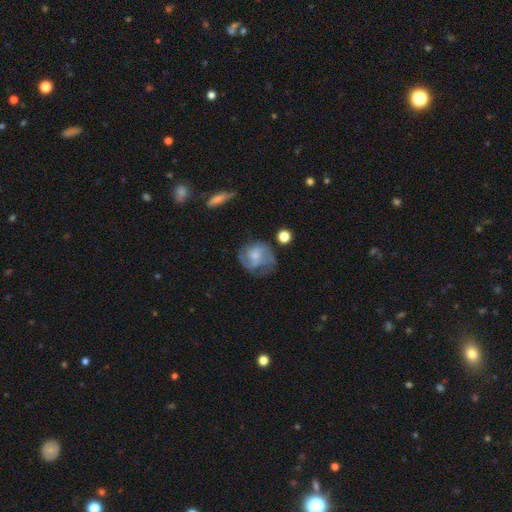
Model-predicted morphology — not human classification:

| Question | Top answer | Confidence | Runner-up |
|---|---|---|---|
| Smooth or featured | featured or disk | 46% | tied: smooth (46%) |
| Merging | none | 44% | minor disturbance (27%) |